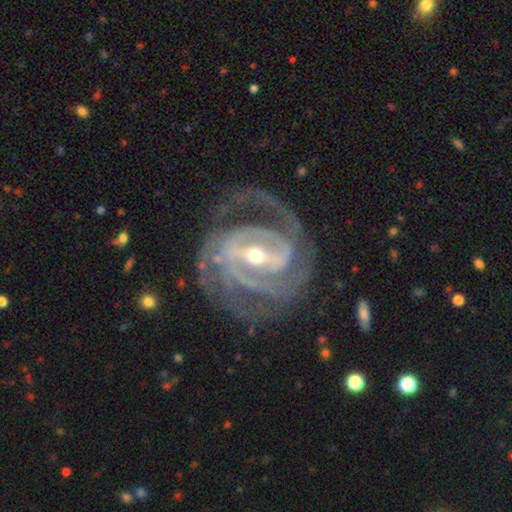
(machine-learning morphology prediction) smooth_or_featured: featured or disk (p=0.92) [alt: star or artifact p=0.04]
disk_edge_on: no (p=0.97) [alt: yes p=0.03]
bar: strong (p=0.64) [alt: weak p=0.27]
has_spiral_arms: yes (p=0.97) [alt: no p=0.03]
spiral_winding: tight (p=0.52) [alt: medium p=0.39]
spiral_arm_count: 2 (p=0.46) [alt: 3 p=0.24]
bulge_size: small (p=0.49) [alt: moderate p=0.47]
merging: none (p=0.66) [alt: minor disturbance p=0.17]